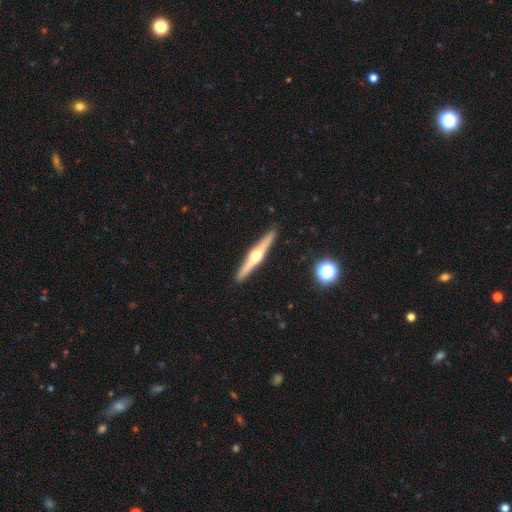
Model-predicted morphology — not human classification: This appears to be a featured or disk galaxy (75%) viewed edge-on (98%) with a rounded central bulge (94%). Merging: none (92%).